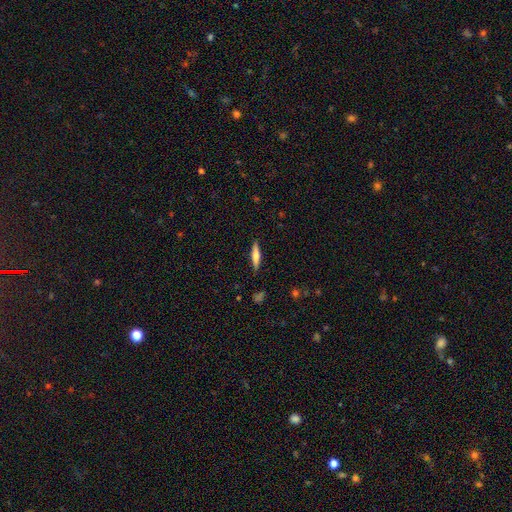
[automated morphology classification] Smooth or featured?
  - smooth: 61% *
  - featured or disk: 33%
  - star or artifact: 6%
How rounded?
  - cigar-shaped: 83% *
  - in between: 15%
  - round: 2%
Merging?
  - none: 88% *
  - minor disturbance: 9%
  - major disturbance: 2%
  - merger: 1%